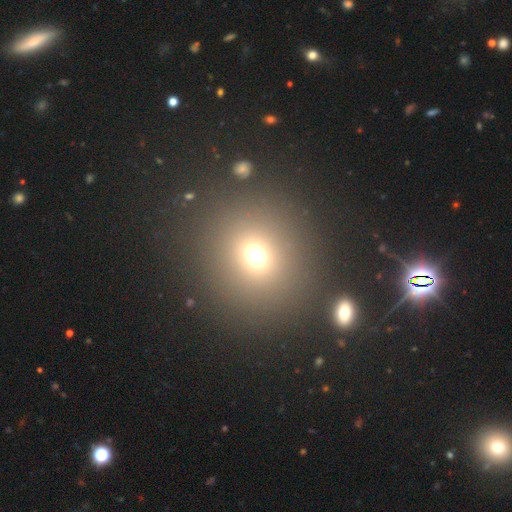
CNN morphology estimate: Smooth or featured: smooth — 69% (star or artifact — 22%)
How rounded: round — 86% (in between — 13%)
Merging: none — 79% (merger — 8%)